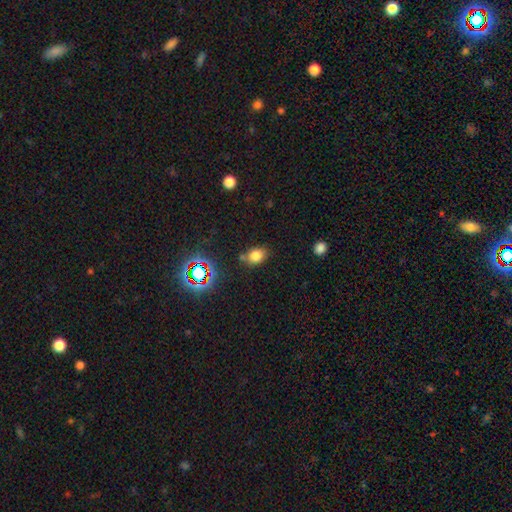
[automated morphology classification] Smooth or featured: smooth — 77% (star or artifact — 15%)
How rounded: in between — 63% (round — 35%)
Merging: none — 71% (minor disturbance — 17%)